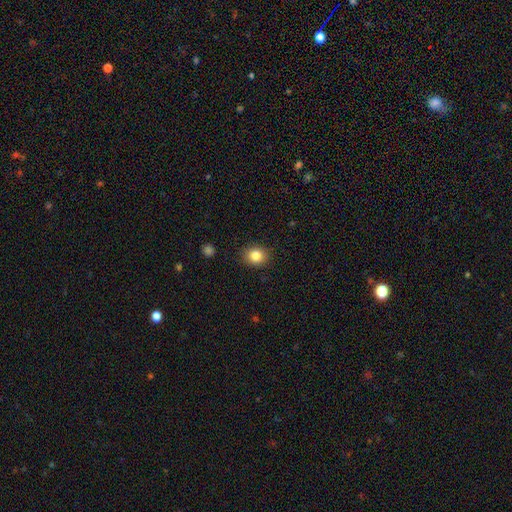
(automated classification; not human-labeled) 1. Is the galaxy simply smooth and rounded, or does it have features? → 84% smooth, 10% star or artifact, 6% featured or disk.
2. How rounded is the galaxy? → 69% round, 30% in between, 1% cigar-shaped.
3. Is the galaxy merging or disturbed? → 88% none, 9% minor disturbance, 2% major disturbance, 1% merger.